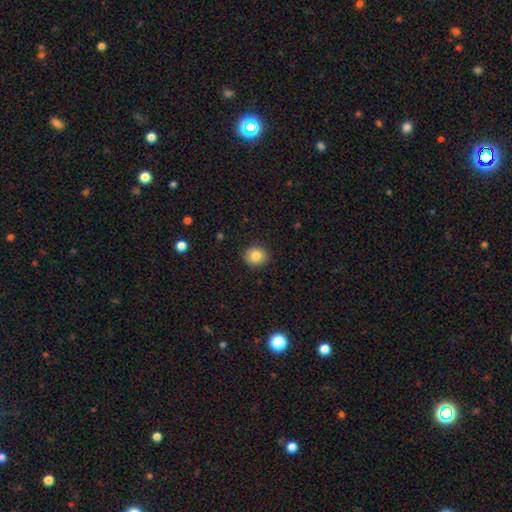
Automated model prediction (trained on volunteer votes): Smooth or featured: smooth — 84% (star or artifact — 9%)
How rounded: round — 89% (in between — 10%)
Merging: none — 91% (minor disturbance — 6%)